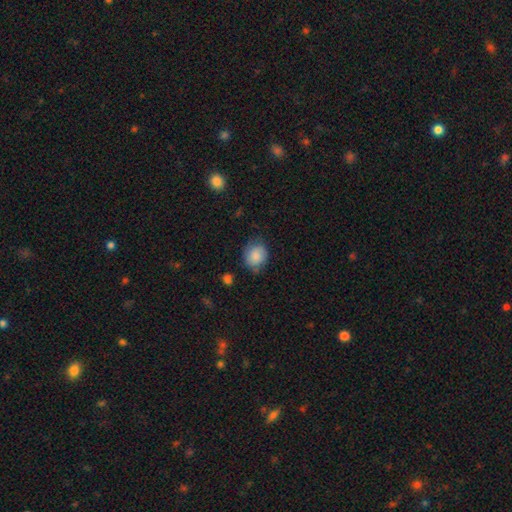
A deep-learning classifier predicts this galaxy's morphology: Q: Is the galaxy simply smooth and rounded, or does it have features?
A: smooth — 81%.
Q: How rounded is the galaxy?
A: round — 65%.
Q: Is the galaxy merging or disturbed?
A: none — 65%.